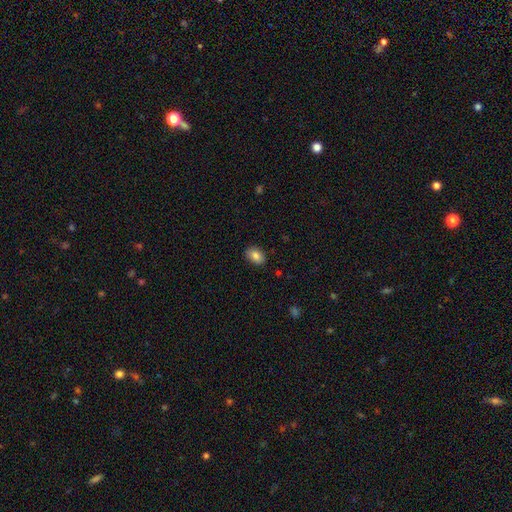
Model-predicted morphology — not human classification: Q: Smooth or featured?
A: smooth (83%); runner-up: featured or disk (9%)
Q: How rounded?
A: in between (79%); runner-up: round (20%)
Q: Merging?
A: none (87%); runner-up: minor disturbance (10%)